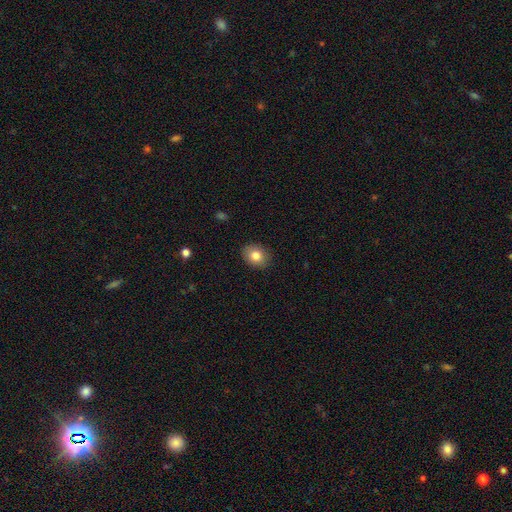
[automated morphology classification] type=smooth (82%); roundness=in between (51%); merging=none (89%).